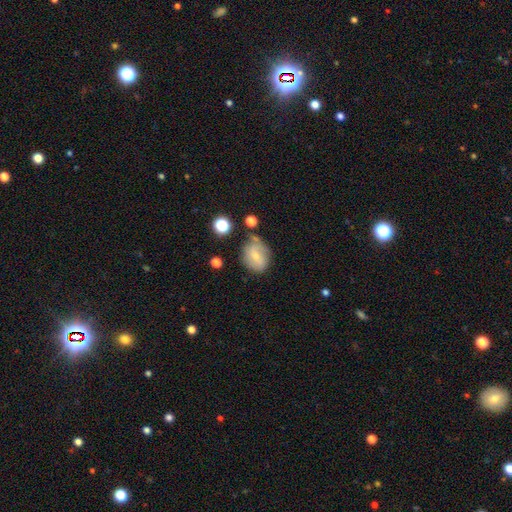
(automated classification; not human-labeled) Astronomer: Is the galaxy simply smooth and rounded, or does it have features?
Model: smooth — 59%.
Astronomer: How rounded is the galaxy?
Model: round — 56% (runner-up: in between, 42%).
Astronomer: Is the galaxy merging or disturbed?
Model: none — 58%.